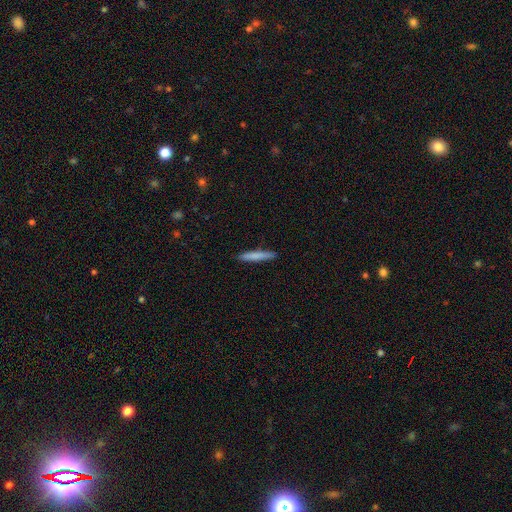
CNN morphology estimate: Smooth or featured?
  - smooth: 78% *
  - featured or disk: 16%
  - star or artifact: 5%
How rounded?
  - cigar-shaped: 94% *
  - in between: 5%
  - round: 1%
Merging?
  - none: 90% *
  - minor disturbance: 8%
  - major disturbance: 2%
  - merger: 1%